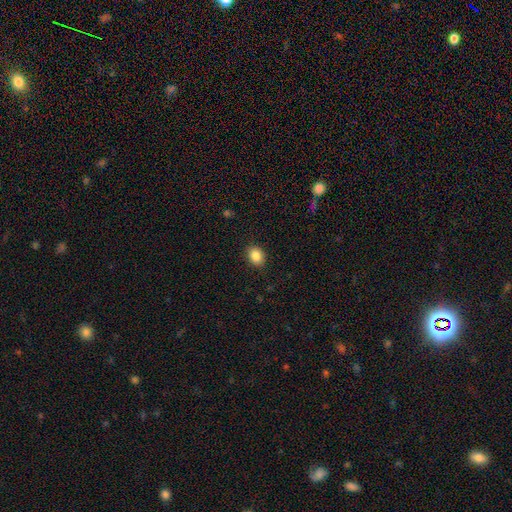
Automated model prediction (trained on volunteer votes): Overall: smooth (86%). How rounded: in between (57%; round 42%). Merging: none (89%).